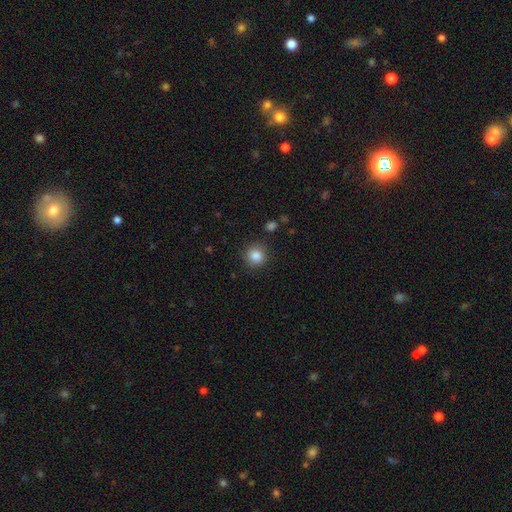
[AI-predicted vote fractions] Smooth or featured? smooth (86%)
How rounded? round (91%)
Merging? none (87%)